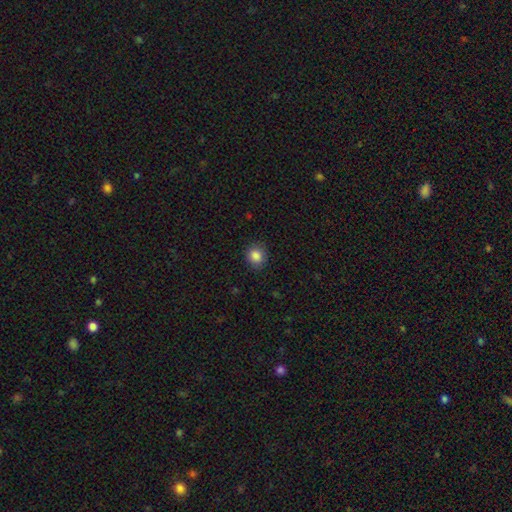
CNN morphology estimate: A smooth galaxy with no disk features (86%) that is round (81%). Merging: none (86%).